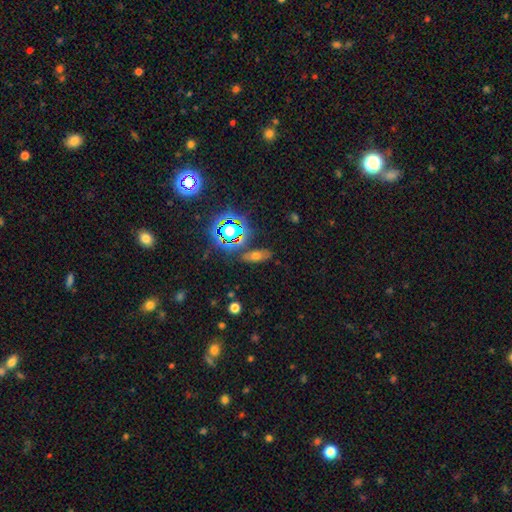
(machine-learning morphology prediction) The model was most divided on "smooth or featured": smooth: 54%, star or artifact: 27%, featured or disk: 19%. More confident: merging — none (78%); how rounded — in between (66%).